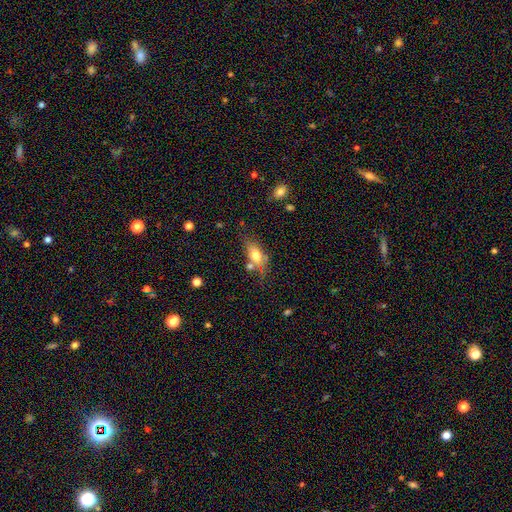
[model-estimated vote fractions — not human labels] This appears to be a smooth galaxy with no disk features (67%) that is in between round and cigar-shaped (77%). Merging: none (50%).